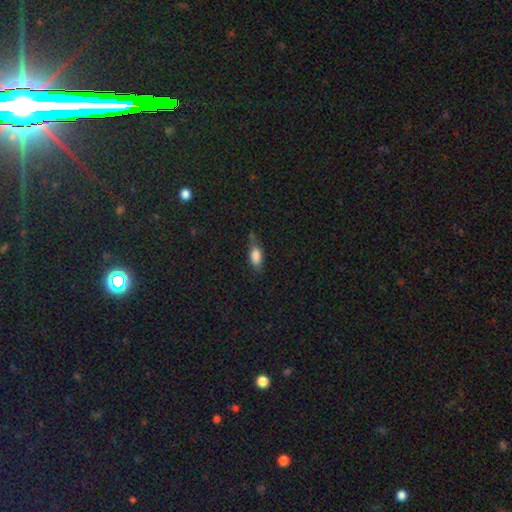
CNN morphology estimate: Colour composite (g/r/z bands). It shows a smooth galaxy with no disk features (80%) that is in between round and cigar-shaped (83%). Merging: none (57%).